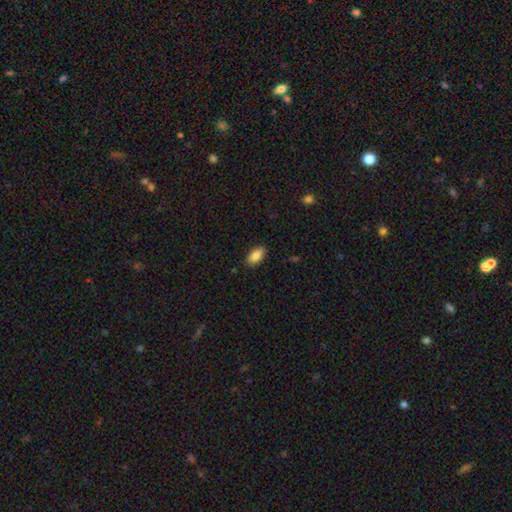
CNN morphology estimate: This is clearly a smooth galaxy (88%). How rounded: clearly in between (94%). Merging: clearly none (88%).